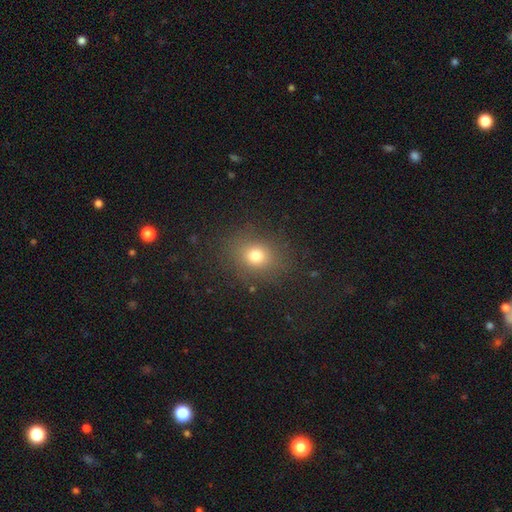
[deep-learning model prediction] This is likely a smooth galaxy (75%). How rounded: likely round (61%). Merging: clearly none (84%).